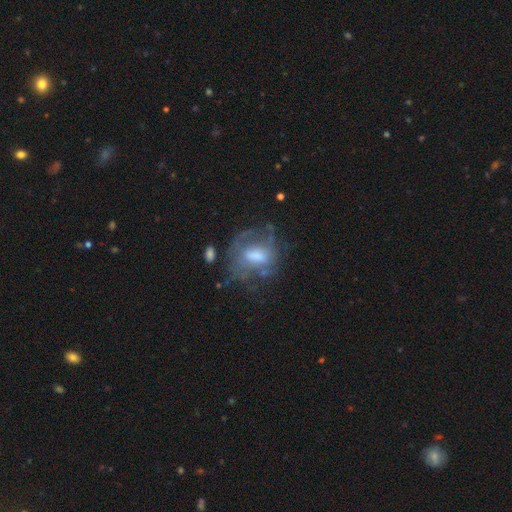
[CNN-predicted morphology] Smooth or featured: featured or disk — 59% (smooth — 30%)
Edge-on disk: no — 95% (yes — 5%)
Bar: weak — 43% (no — 41%)
Spiral arms: yes — 53% (no — 47%)
Bulge size: moderate — 43% (large — 24%)
Merging: none — 48% (major disturbance — 25%)